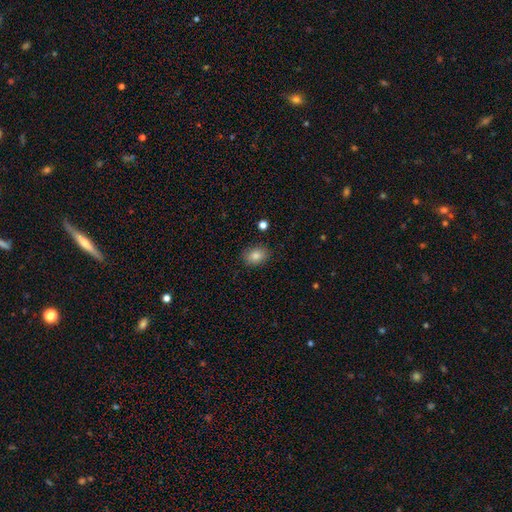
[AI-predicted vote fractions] smooth-or-featured: smooth: 82% | star or artifact: 10% | featured or disk: 8%
  how-rounded: in between: 67% | round: 32% | cigar-shaped: 1%
  merging: none: 86% | minor disturbance: 10% | major disturbance: 2% | merger: 1%